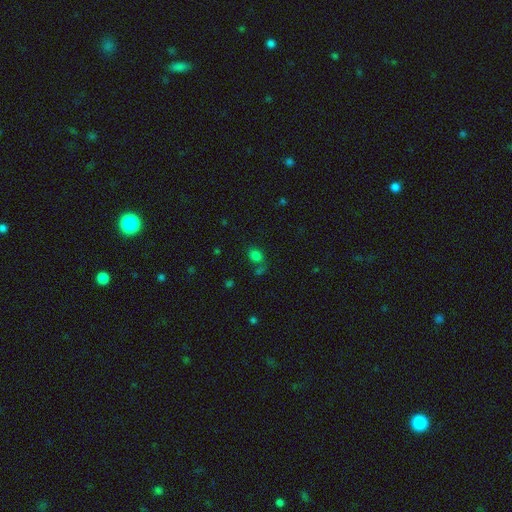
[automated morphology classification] Smooth or featured? Predicted: smooth (p=0.74). How rounded? Predicted: in between (p=0.60). Merging? Predicted: none (p=0.62).